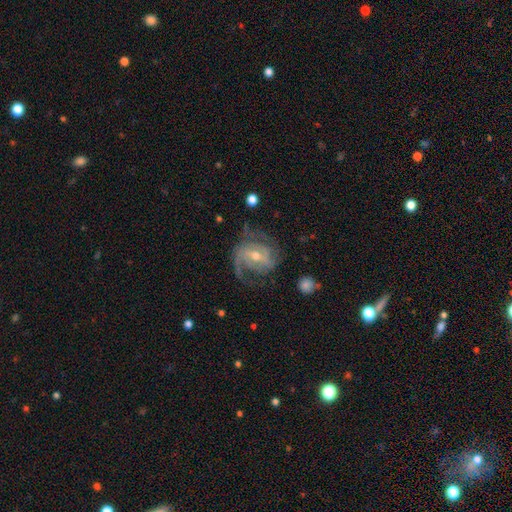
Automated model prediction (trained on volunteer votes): Smooth or featured? featured or disk (87%)
Edge-on disk? no (97%)
Bar? weak (46%)
Spiral arms? yes (96%)
Spiral winding? medium (45%)
Spiral arm count? 2 (46%)
Bulge size? moderate (51%)
Merging? none (63%)